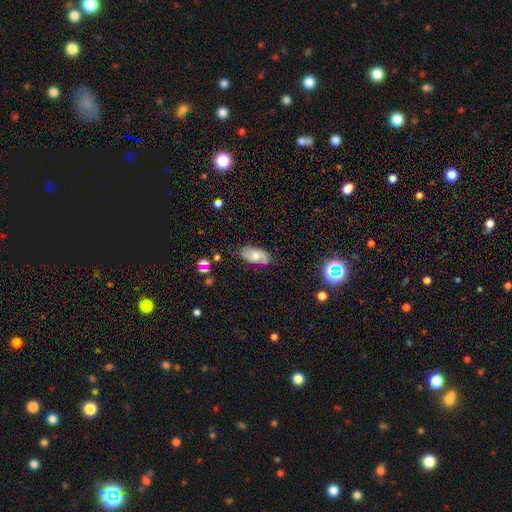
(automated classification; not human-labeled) Smooth or featured: smooth — 46% (featured or disk — 45%)
Merging: none — 77% (minor disturbance — 17%)